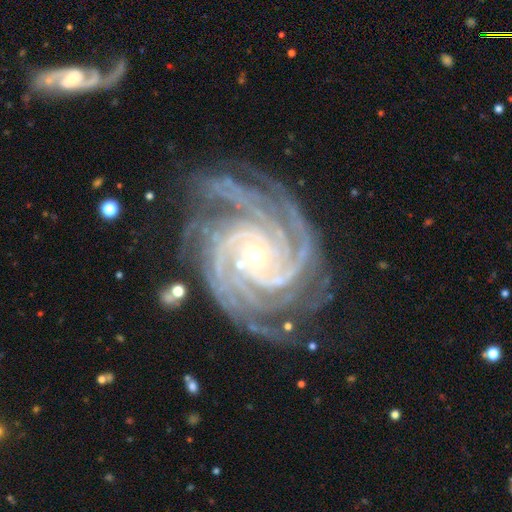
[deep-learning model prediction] This appears to be a featured or disk galaxy (93%) with no bar (67%), 4 (33%) tight (79%) spiral arms (99%) and a small central bulge (73%). Merging: none (76%).